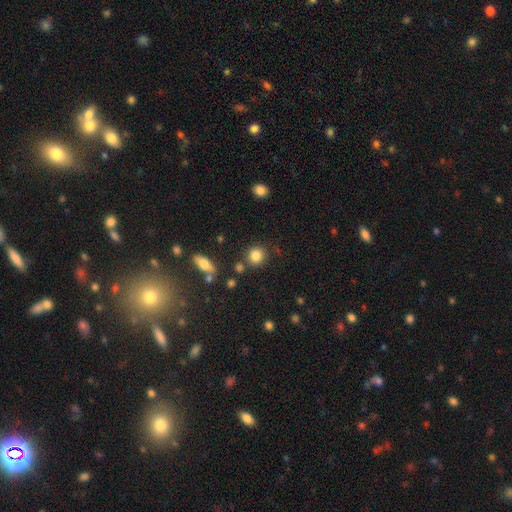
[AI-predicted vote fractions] smooth_or_featured: smooth (p=0.84) [alt: star or artifact p=0.10]
how_rounded: round (p=0.87) [alt: in between p=0.12]
merging: none (p=0.80) [alt: minor disturbance p=0.10]